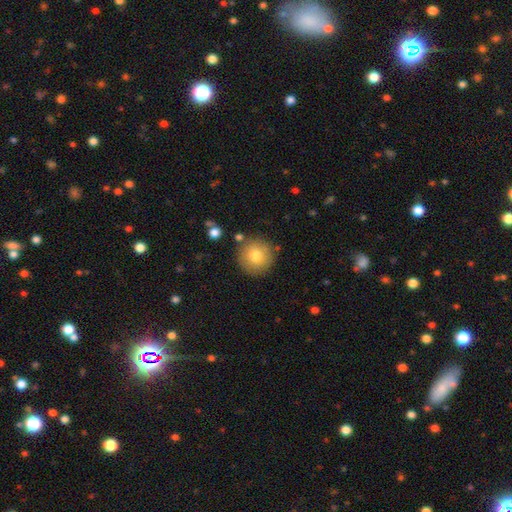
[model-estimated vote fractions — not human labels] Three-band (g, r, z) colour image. It shows a smooth galaxy with no disk features (77%) that is round (95%). Merging: none (84%).